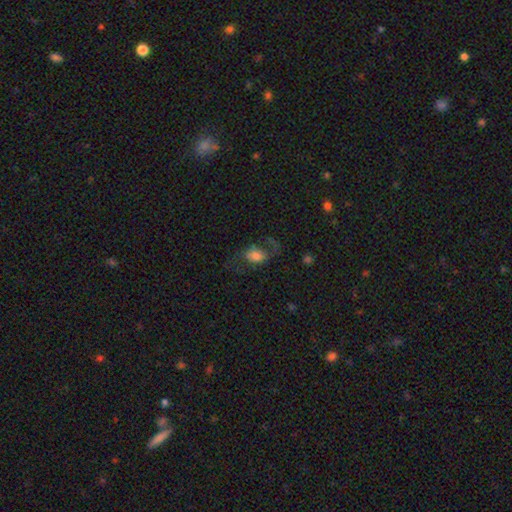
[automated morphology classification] Q: Smooth or featured?
A: smooth (46%); runner-up: featured or disk (43%)
Q: Merging?
A: none (48%); runner-up: major disturbance (30%)